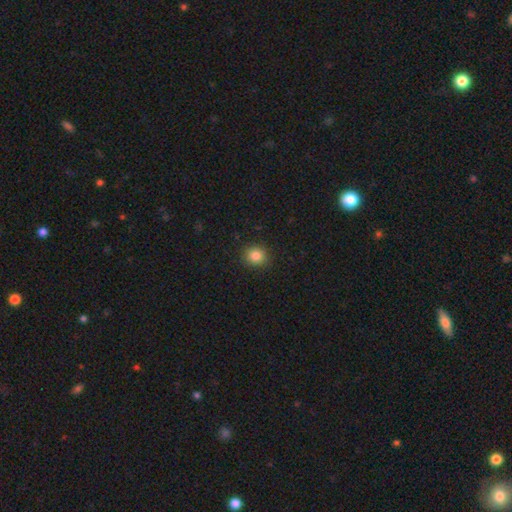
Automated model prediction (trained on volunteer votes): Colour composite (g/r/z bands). It shows a smooth galaxy with no disk features (84%) that is round (86%). Merging: none (90%).